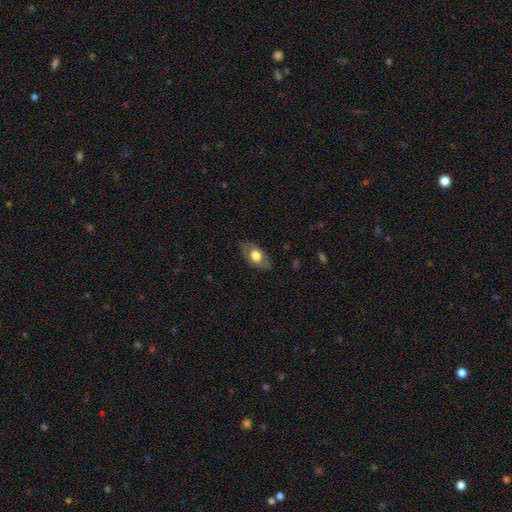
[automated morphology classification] Smooth or featured? smooth (58%)
How rounded? in between (89%)
Merging? none (79%)